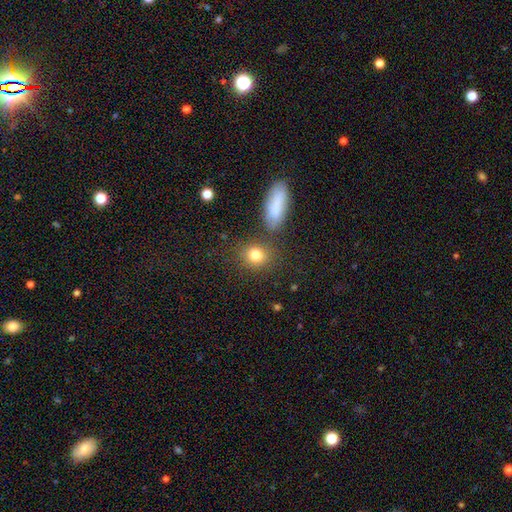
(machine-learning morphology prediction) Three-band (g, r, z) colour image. It shows a smooth galaxy with no disk features (82%) that is round (67%). Merging: none (76%).